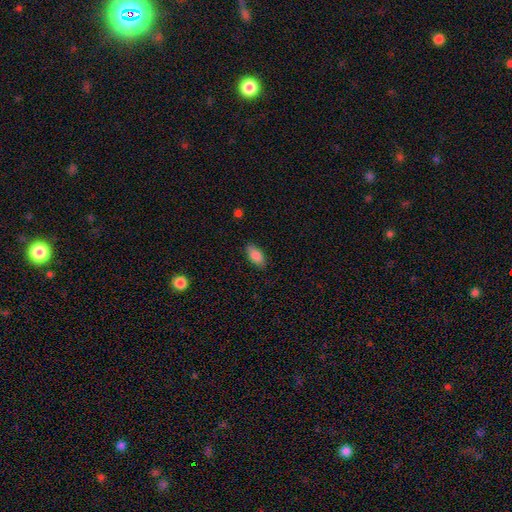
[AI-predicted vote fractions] Overall: smooth (86%). How rounded: in between (90%). Merging: none (85%).